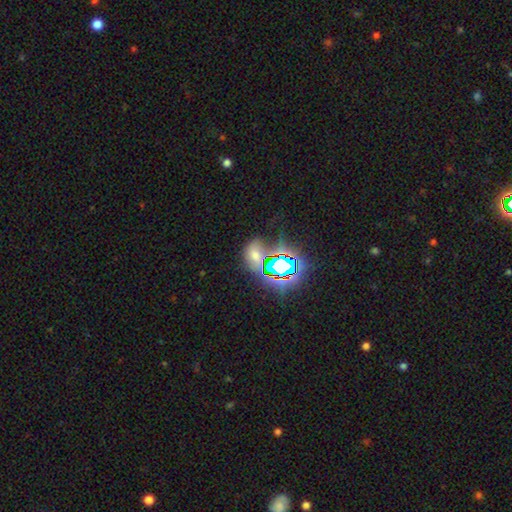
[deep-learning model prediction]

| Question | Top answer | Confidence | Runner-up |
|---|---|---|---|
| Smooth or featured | star or artifact | 51% | smooth (35%) |